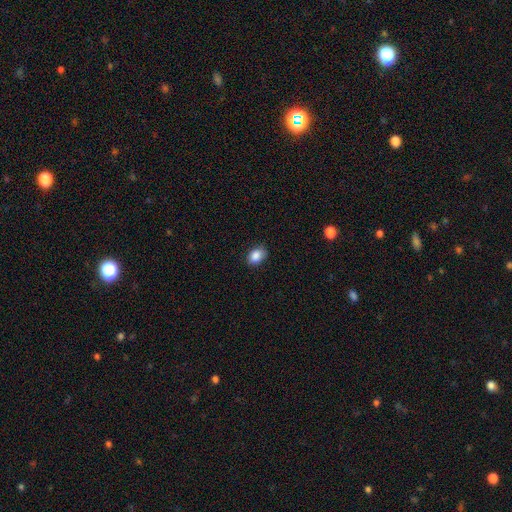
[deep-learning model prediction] Smooth or featured? Predicted: smooth (p=0.88). How rounded? Predicted: in between (p=0.79). Merging? Predicted: none (p=0.83).